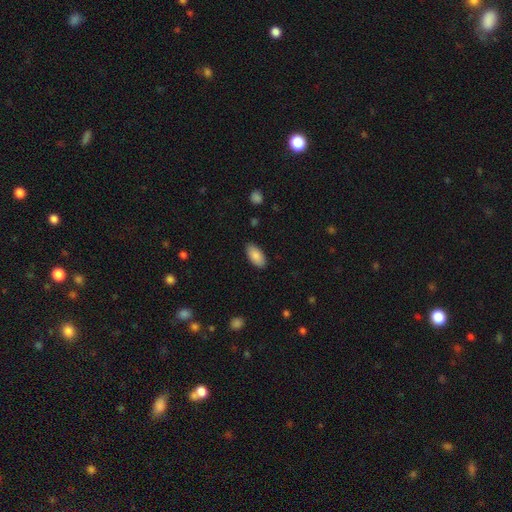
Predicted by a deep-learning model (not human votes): Smooth or featured? Predicted: smooth (p=0.87). How rounded? Predicted: in between (p=0.94). Merging? Predicted: none (p=0.87).